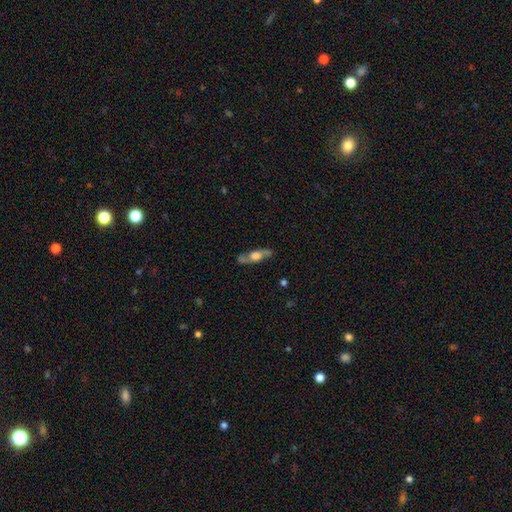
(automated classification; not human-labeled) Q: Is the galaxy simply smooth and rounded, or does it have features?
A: featured or disk — 59%.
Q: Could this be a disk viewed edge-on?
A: yes — 51%.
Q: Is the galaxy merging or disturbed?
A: none — 76%.